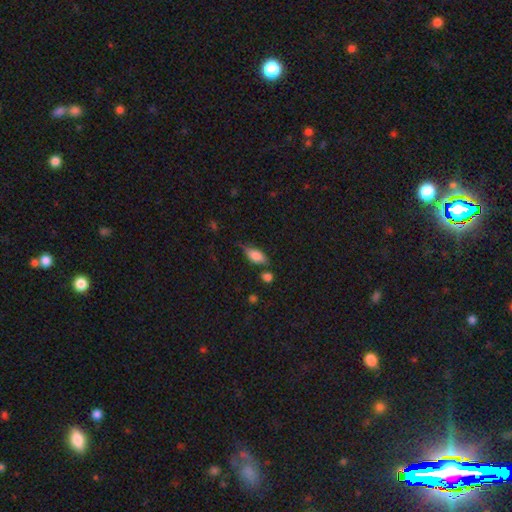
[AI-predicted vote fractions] Smooth or featured? Predicted: smooth (p=0.75). How rounded? Predicted: in between (p=0.83). Merging? Predicted: none (p=0.61).